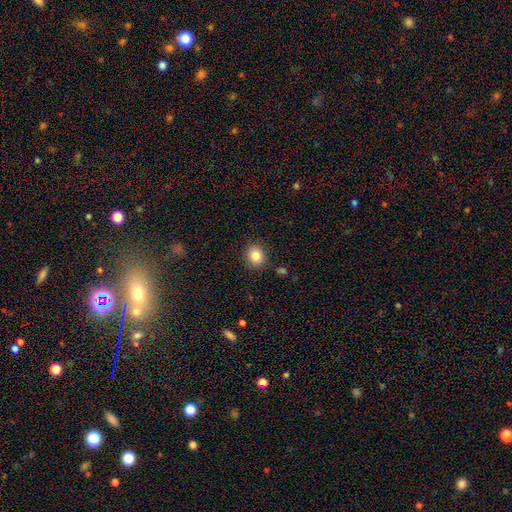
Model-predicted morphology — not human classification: Smooth or featured: smooth — 84% (star or artifact — 10%)
How rounded: round — 71% (in between — 28%)
Merging: none — 88% (minor disturbance — 8%)